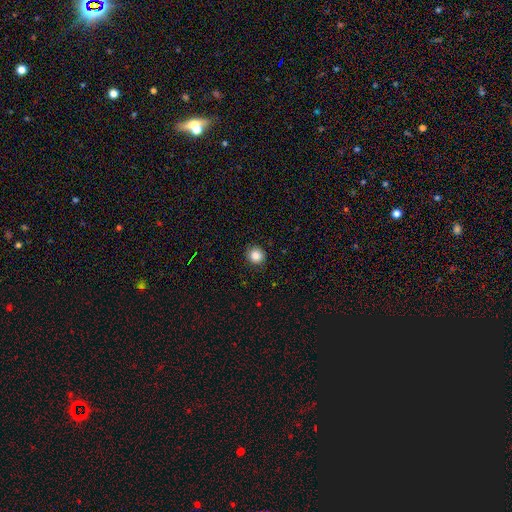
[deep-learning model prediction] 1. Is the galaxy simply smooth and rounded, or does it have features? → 86% smooth, 10% star or artifact, 4% featured or disk.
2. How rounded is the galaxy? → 88% round, 11% in between, 1% cigar-shaped.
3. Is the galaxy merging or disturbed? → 90% none, 7% minor disturbance, 2% major disturbance, 1% merger.